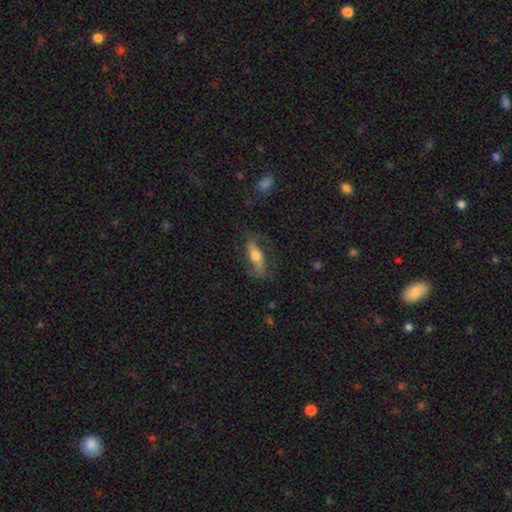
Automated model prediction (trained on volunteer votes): featured or disk 57%, smooth 36%, star or artifact 7%. Down the decision tree: edge-on disk — no (64%); merging — none (68%).